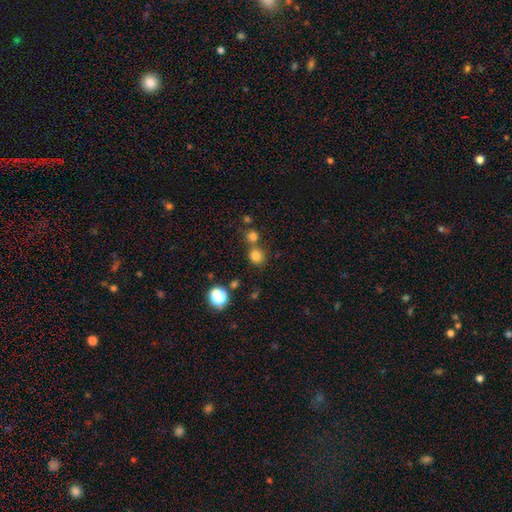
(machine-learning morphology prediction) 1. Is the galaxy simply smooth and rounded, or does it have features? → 78% smooth, 16% star or artifact, 6% featured or disk.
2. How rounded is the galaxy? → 83% round, 16% in between, 1% cigar-shaped.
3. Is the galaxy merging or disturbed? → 67% none, 22% merger, 8% minor disturbance, 3% major disturbance.